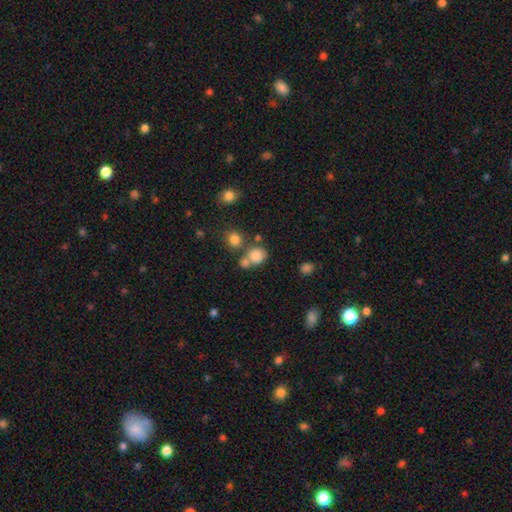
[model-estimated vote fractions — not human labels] The model was most divided on "merging": none: 48%, merger: 36%, minor disturbance: 11%, major disturbance: 5%. More confident: smooth or featured — smooth (80%); how rounded — round (75%).